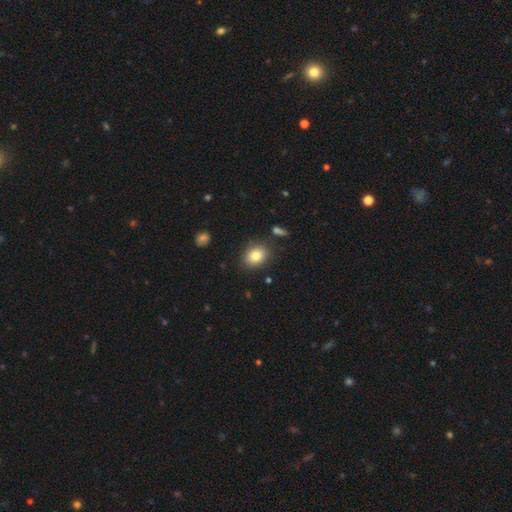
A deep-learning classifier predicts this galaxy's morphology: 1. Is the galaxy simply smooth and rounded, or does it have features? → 81% smooth, 10% star or artifact, 9% featured or disk.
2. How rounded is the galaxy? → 50% round, 49% in between, 1% cigar-shaped.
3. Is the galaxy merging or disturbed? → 84% none, 10% minor disturbance, 3% major disturbance, 3% merger.